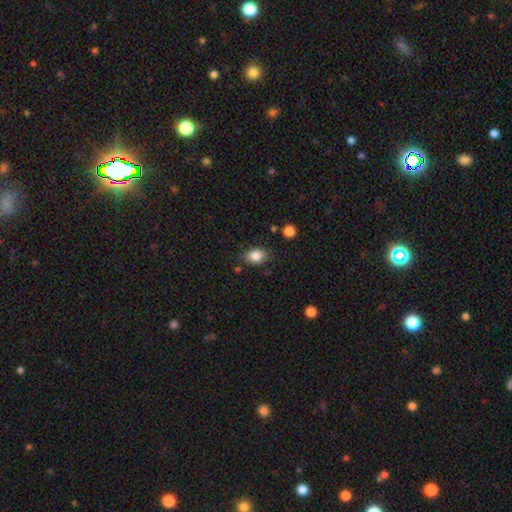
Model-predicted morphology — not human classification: Smooth or featured?
  - smooth: 85% *
  - star or artifact: 9%
  - featured or disk: 7%
How rounded?
  - in between: 68% *
  - round: 31%
  - cigar-shaped: 1%
Merging?
  - none: 79% *
  - minor disturbance: 14%
  - major disturbance: 3%
  - merger: 3%